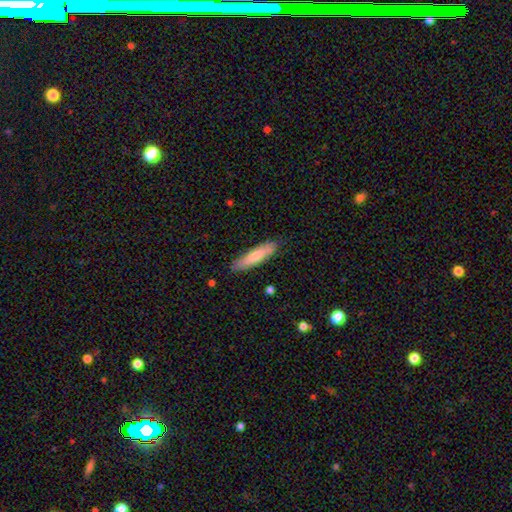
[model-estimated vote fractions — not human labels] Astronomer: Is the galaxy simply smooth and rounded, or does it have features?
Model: smooth — 75%.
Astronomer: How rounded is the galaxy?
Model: cigar-shaped — 79%.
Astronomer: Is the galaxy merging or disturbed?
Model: none — 84%.